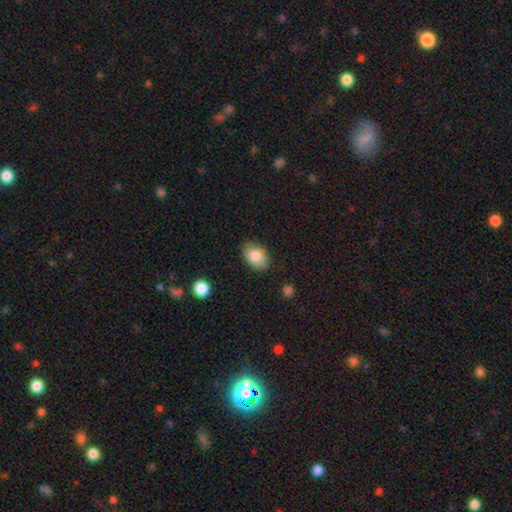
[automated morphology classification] smooth_or_featured: smooth (p=0.83) [alt: featured or disk p=0.09]
how_rounded: in between (p=0.86) [alt: round p=0.13]
merging: none (p=0.81) [alt: minor disturbance p=0.14]